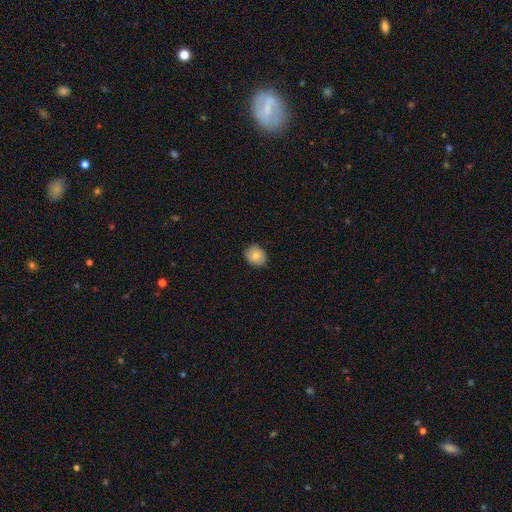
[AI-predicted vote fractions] A smooth galaxy with no disk features (83%) that is round (63%).

Vote fractions:
- Smooth or featured? smooth: 83% / featured or disk: 9% / star or artifact: 8%
- How rounded? round: 63% / in between: 36% / cigar-shaped: 1%
- Merging? none: 87% / minor disturbance: 10% / major disturbance: 2% / merger: 1%